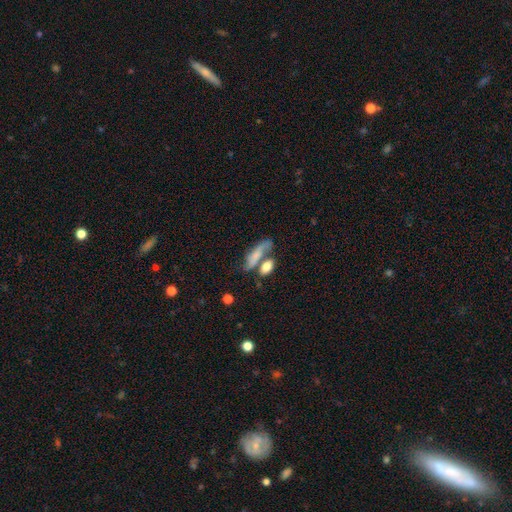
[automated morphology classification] This appears to be a smooth galaxy with no disk features (65%) that is in between round and cigar-shaped (53%). Merging: merger (41%).